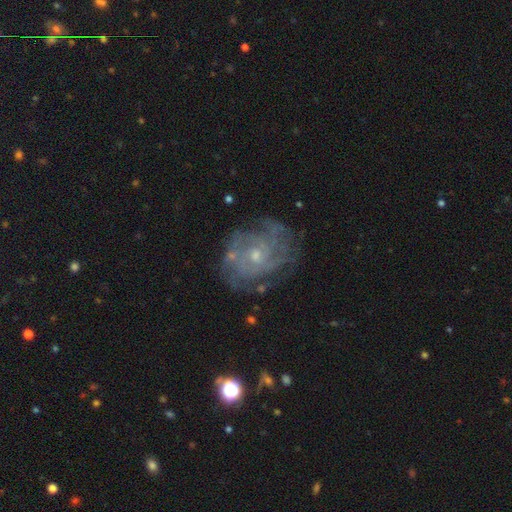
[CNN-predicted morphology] This appears to be a featured or disk galaxy (82%) with no bar (76%), tight (62%) spiral arms (88%) and a small central bulge (64%). Merging: none (70%).